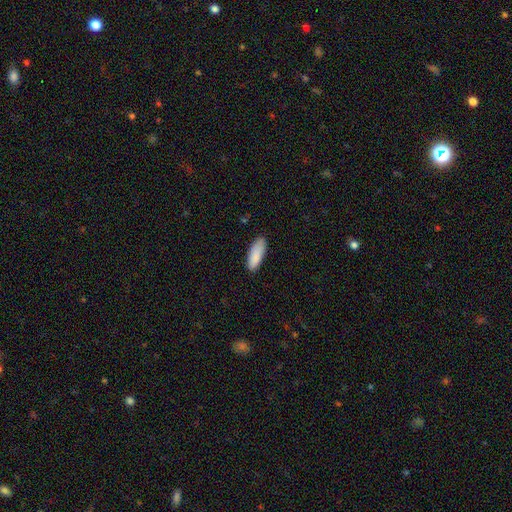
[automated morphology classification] type=smooth (88%); roundness=in between (70%); merging=none (80%).